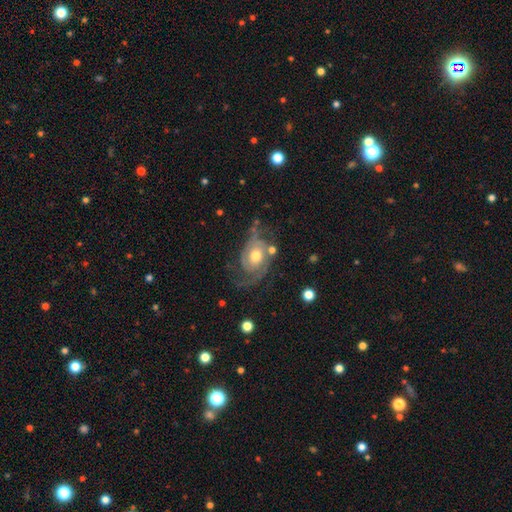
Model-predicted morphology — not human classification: featured or disk 85%, smooth 10%, star or artifact 5%. Down the decision tree: edge-on disk — no (97%); bar — no (74%); spiral arms — yes (95%); spiral arm count — 2 (74%); spiral winding — medium (44%); bulge size — moderate (72%); merging — none (57%).